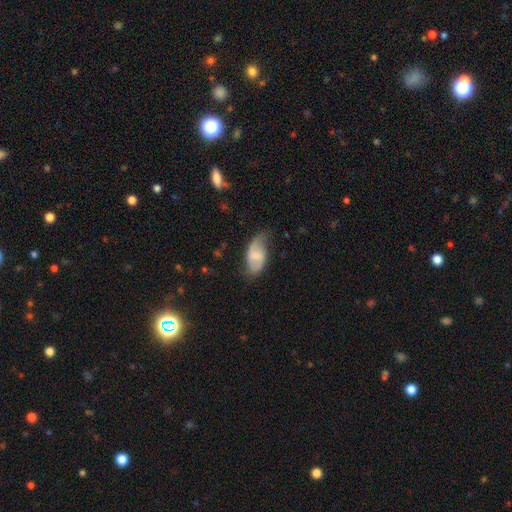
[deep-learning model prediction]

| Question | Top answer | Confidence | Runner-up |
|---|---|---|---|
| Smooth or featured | featured or disk | 53% | smooth (41%) |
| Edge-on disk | no | 94% | yes (6%) |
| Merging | none | 59% | minor disturbance (29%) |